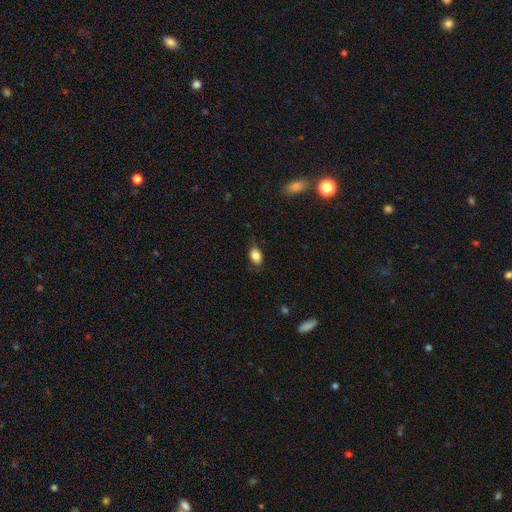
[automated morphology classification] smooth_or_featured: smooth (p=0.85) [alt: star or artifact p=0.09]
how_rounded: in between (p=0.82) [alt: round p=0.16]
merging: none (p=0.80) [alt: minor disturbance p=0.15]